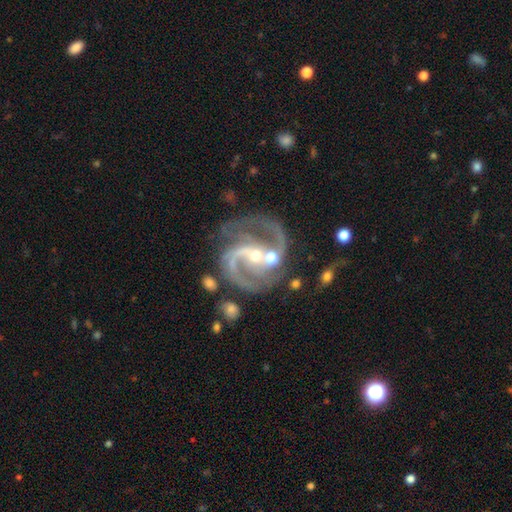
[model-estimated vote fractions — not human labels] Smooth or featured: featured or disk — 92% (star or artifact — 5%)
Edge-on disk: no — 98% (yes — 2%)
Bar: weak — 37% (no — 36%)
Spiral arms: yes — 98% (no — 2%)
Spiral winding: medium — 63% (tight — 20%)
Spiral arm count: 2 — 85% (3 — 6%)
Bulge size: small — 54% (moderate — 41%)
Merging: none — 53% (minor disturbance — 18%)